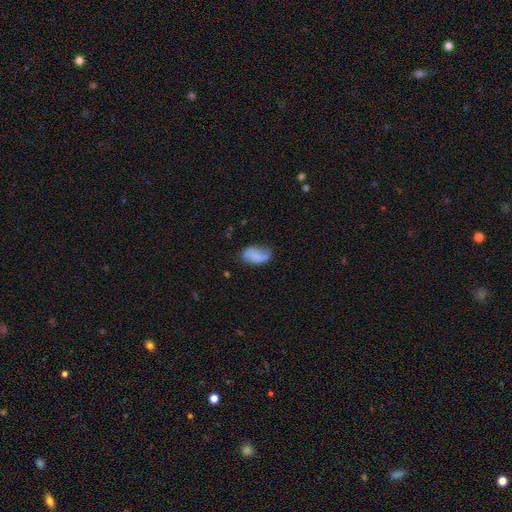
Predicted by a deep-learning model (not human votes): smooth_or_featured: smooth (p=0.52) [alt: featured or disk p=0.39]
how_rounded: in between (p=0.91) [alt: round p=0.07]
merging: none (p=0.57) [alt: minor disturbance p=0.27]